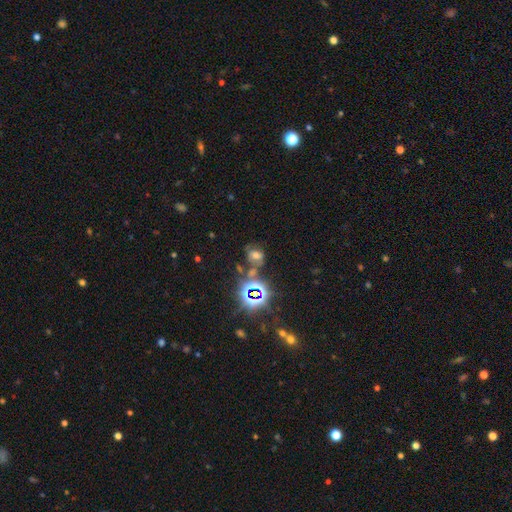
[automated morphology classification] Overall: star or artifact (44%; smooth 39%).